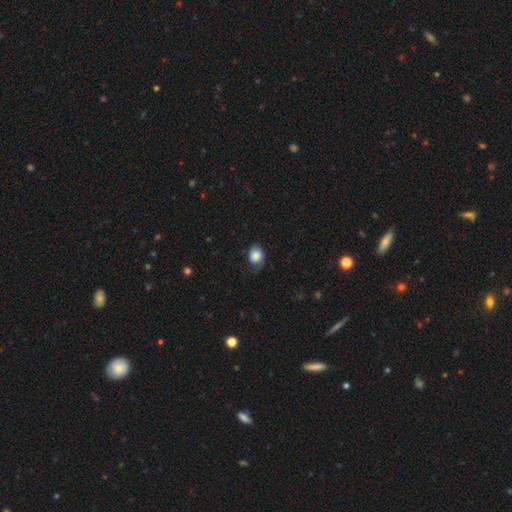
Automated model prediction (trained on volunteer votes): Overall: smooth (75%). How rounded: in between (53%; round 46%). Merging: none (52%; minor disturbance 32%).